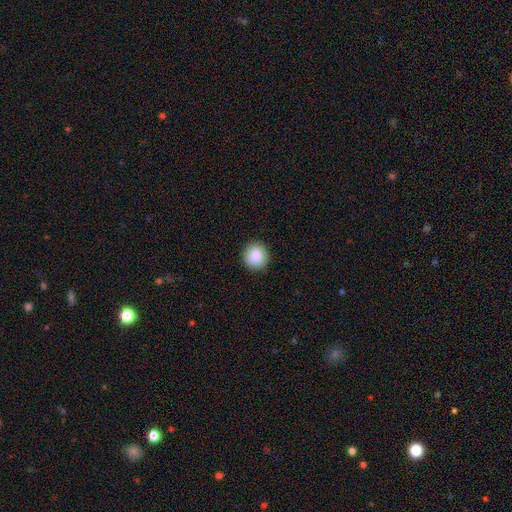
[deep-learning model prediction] This is clearly a smooth galaxy (87%). How rounded: clearly round (90%). Merging: clearly none (91%).